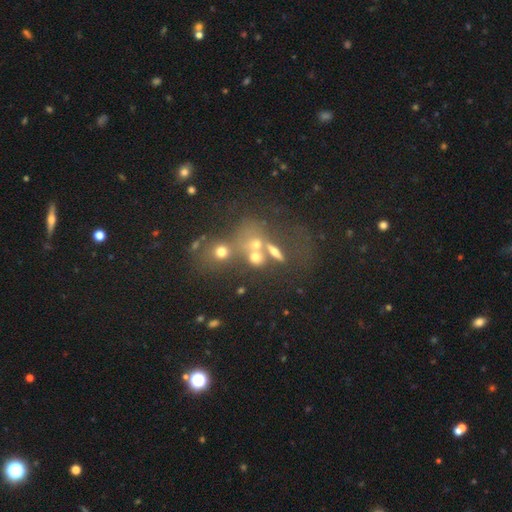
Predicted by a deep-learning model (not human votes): The model was most divided on "merging": merger: 44%, none: 34%, major disturbance: 12%, minor disturbance: 11%. Remaining: smooth or featured — smooth (45%).